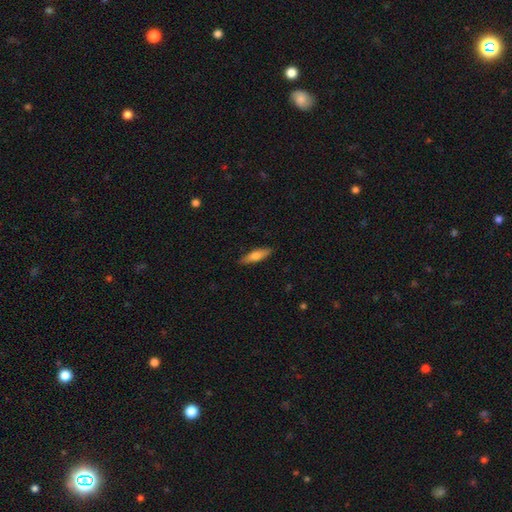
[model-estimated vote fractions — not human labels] Q: Smooth or featured?
A: smooth (65%); runner-up: featured or disk (28%)
Q: How rounded?
A: cigar-shaped (64%); runner-up: in between (34%)
Q: Merging?
A: none (88%); runner-up: minor disturbance (9%)